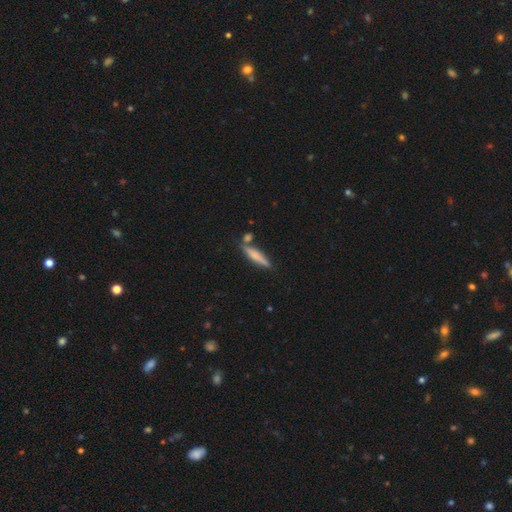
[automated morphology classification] Overall: smooth (66%; featured or disk 28%). How rounded: cigar-shaped (87%). Merging: none (73%).